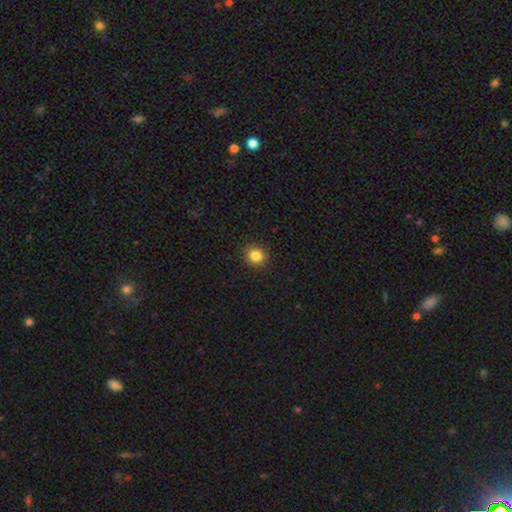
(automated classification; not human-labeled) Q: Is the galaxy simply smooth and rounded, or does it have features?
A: smooth — 84%.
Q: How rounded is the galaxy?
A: round — 89%.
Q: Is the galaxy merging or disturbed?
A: none — 92%.